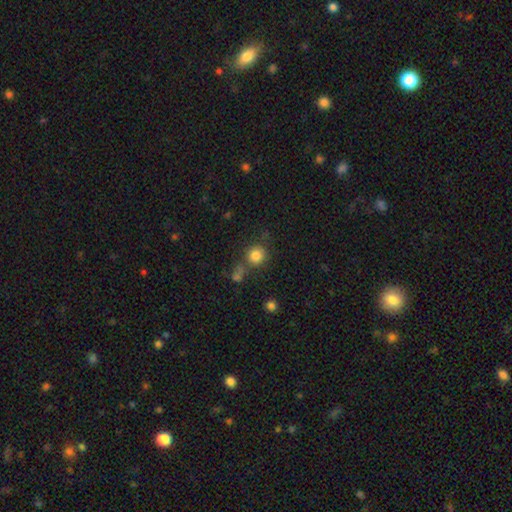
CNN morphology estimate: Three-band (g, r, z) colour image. It shows a smooth galaxy with no disk features (83%) that is round (91%). Merging: none (71%).